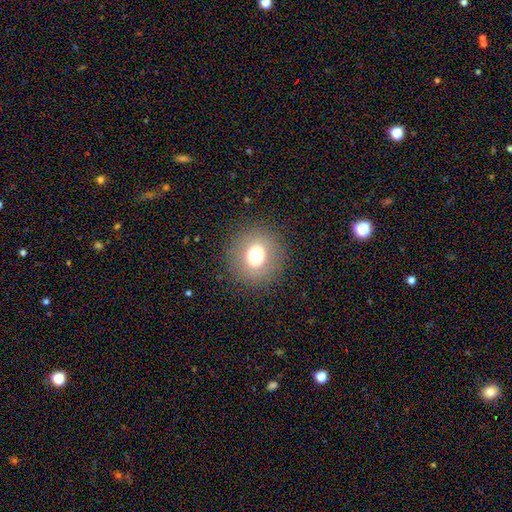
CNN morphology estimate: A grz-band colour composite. It shows a smooth galaxy with no disk features (70%) that is round (89%). Merging: none (87%).